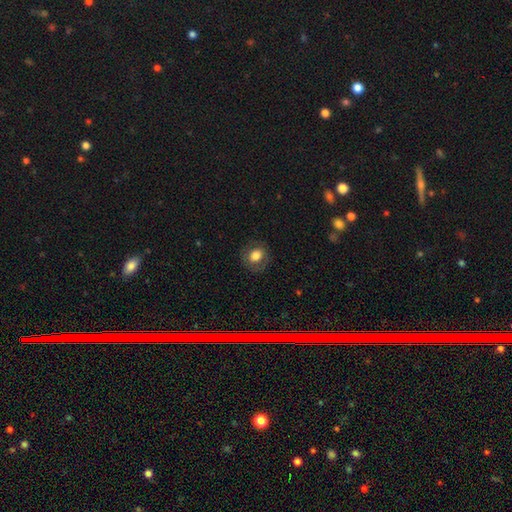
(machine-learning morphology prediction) Smooth or featured? Predicted: smooth (p=0.71). How rounded? Predicted: round (p=0.72). Merging? Predicted: none (p=0.82).